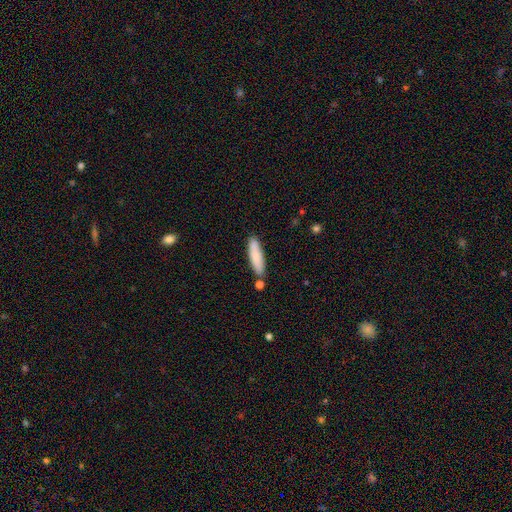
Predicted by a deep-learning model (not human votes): A smooth galaxy with no disk features (83%) that is cigar-shaped (77%). Merging: none (80%).